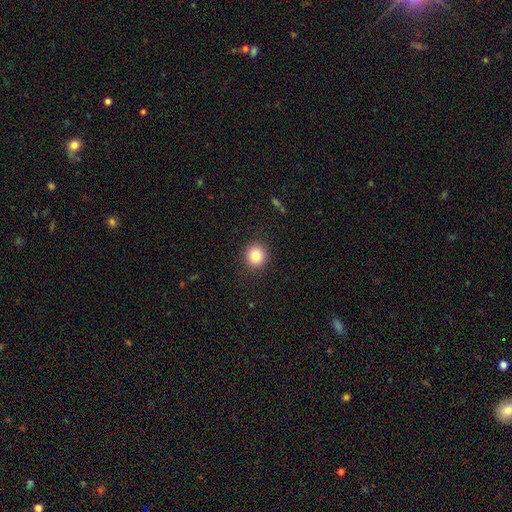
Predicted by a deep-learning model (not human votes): A smooth galaxy with no disk features (83%) that is round (91%). Merging: none (91%).